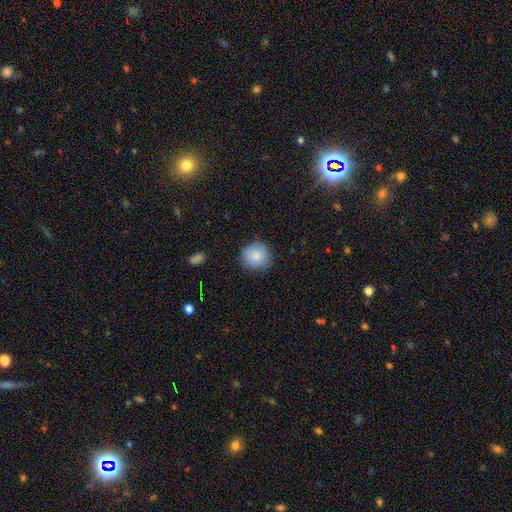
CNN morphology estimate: type=smooth (84%); roundness=round (93%); merging=none (84%).